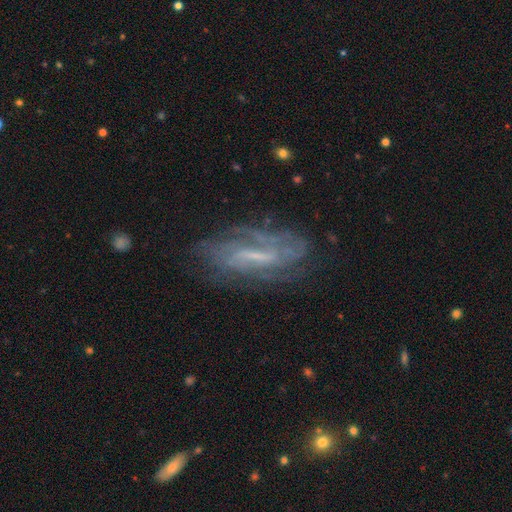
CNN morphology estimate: Smooth or featured?
  - featured or disk: 76% *
  - smooth: 15%
  - star or artifact: 9%
Edge-on disk?
  - no: 85% *
  - yes: 15%
Bar?
  - weak: 41% *
  - strong: 35%
  - no: 23%
Spiral arms?
  - yes: 81% *
  - no: 19%
Spiral winding?
  - tight: 46% *
  - medium: 37%
  - loose: 17%
Spiral arm count?
  - can't tell: 51% *
  - 2: 24%
  - 3: 10%
  - 4: 6%
  - 1: 5%
  - more than 4: 4%
Bulge size?
  - small: 36% *
  - none: 35%
  - moderate: 25%
  - large: 3%
  - dominant: 1%
Merging?
  - none: 66% *
  - minor disturbance: 20%
  - major disturbance: 12%
  - merger: 2%